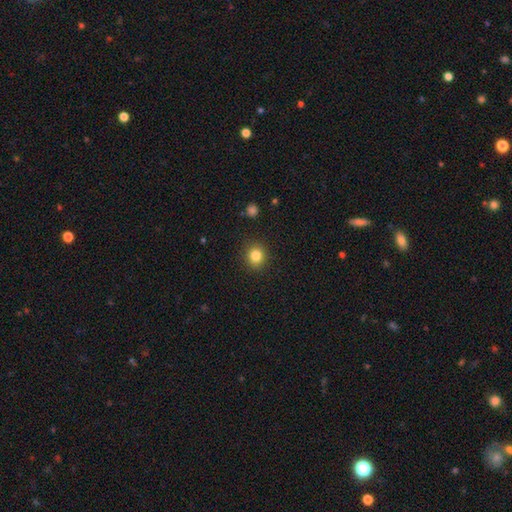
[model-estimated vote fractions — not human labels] Q: Smooth or featured?
A: smooth (83%); runner-up: star or artifact (11%)
Q: How rounded?
A: round (85%); runner-up: in between (14%)
Q: Merging?
A: none (90%); runner-up: minor disturbance (7%)